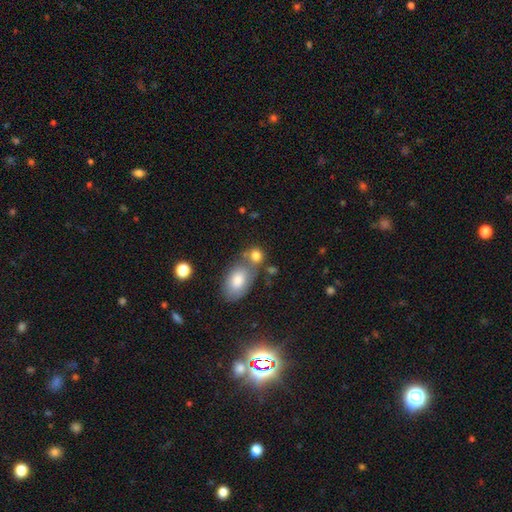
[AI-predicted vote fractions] This is likely a smooth galaxy (80%). How rounded: possibly round (51%). Merging: marginally none (43%).